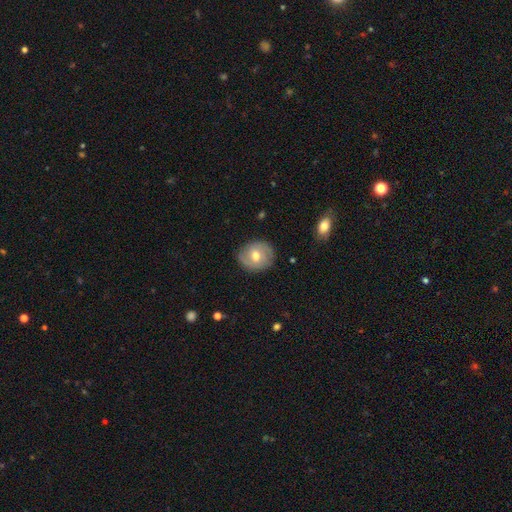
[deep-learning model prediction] Smooth or featured? Predicted: featured or disk (p=0.48). Merging? Predicted: none (p=0.82).